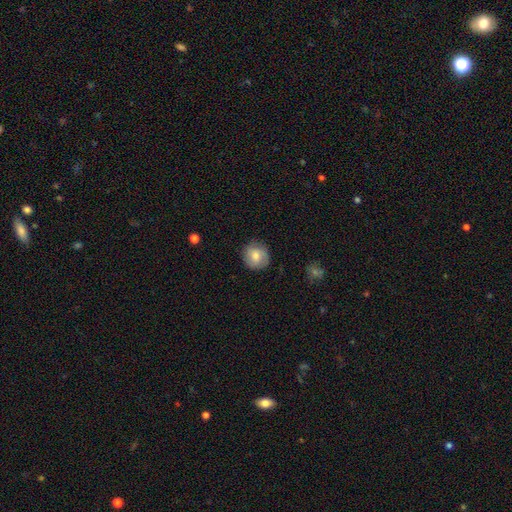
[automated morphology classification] Smooth or featured: smooth — 71% (featured or disk — 21%)
How rounded: round — 89% (in between — 10%)
Merging: none — 83% (minor disturbance — 13%)